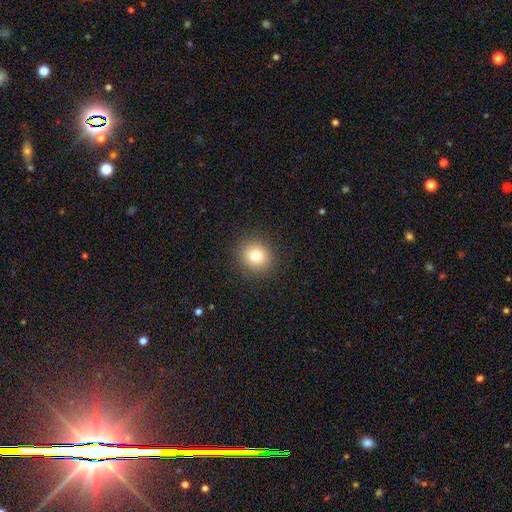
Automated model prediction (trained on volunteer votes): This appears to be a smooth galaxy with no disk features (78%) that is round (87%). Merging: none (90%).